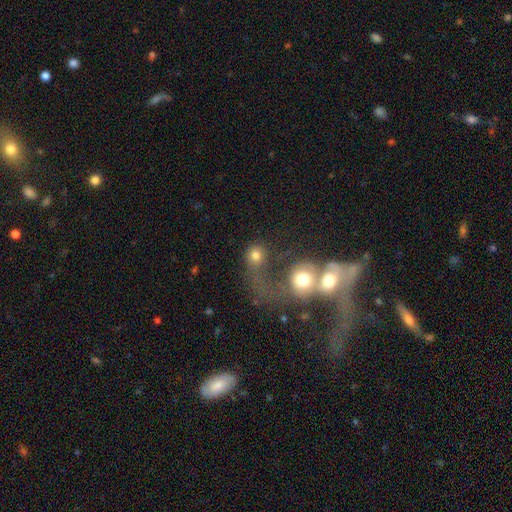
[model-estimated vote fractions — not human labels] smooth_or_featured: smooth (p=0.72) [alt: featured or disk p=0.15]
how_rounded: round (p=0.75) [alt: in between p=0.24]
merging: merger (p=0.44) [alt: none p=0.26]